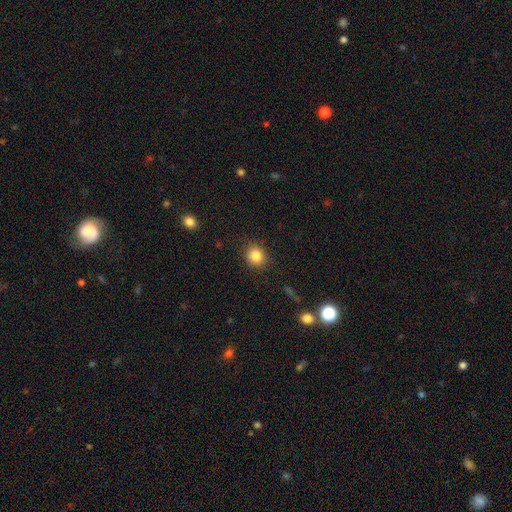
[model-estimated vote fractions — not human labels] A smooth galaxy with no disk features (84%) that is round (78%). Merging: none (88%).